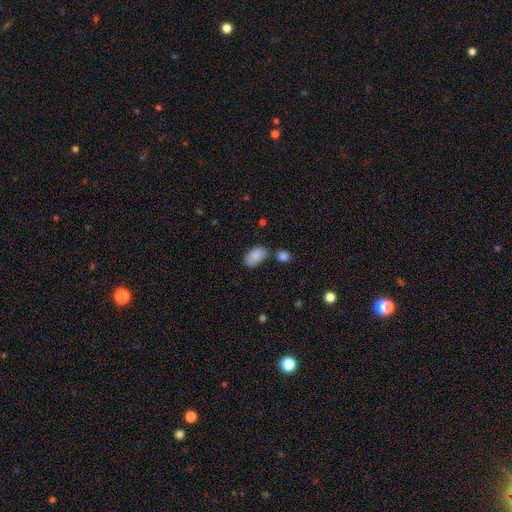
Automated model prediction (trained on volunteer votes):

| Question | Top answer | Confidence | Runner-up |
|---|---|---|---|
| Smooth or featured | smooth | 88% | star or artifact (7%) |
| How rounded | in between | 93% | round (5%) |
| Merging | none | 66% | minor disturbance (18%) |